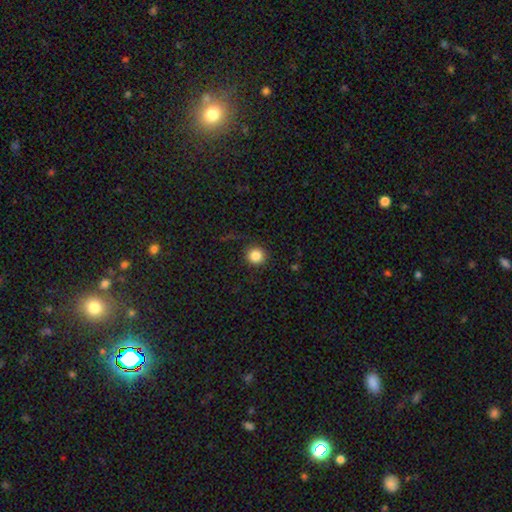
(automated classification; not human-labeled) This appears to be a smooth galaxy with no disk features (85%) that is round (92%). Merging: none (88%).